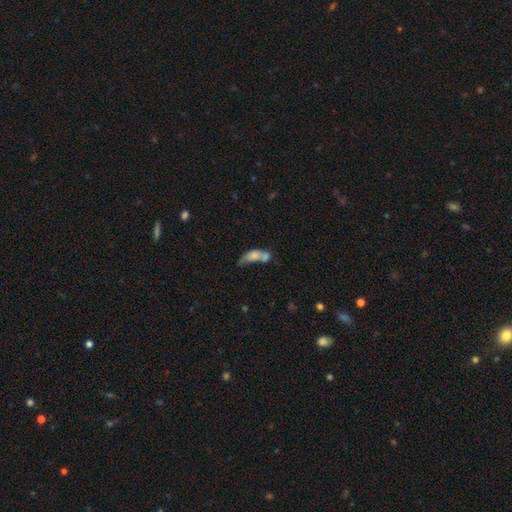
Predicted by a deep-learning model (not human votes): smooth 64%, featured or disk 27%, star or artifact 10%. Down the decision tree: how rounded — in between (72%); merging — merger (54%).